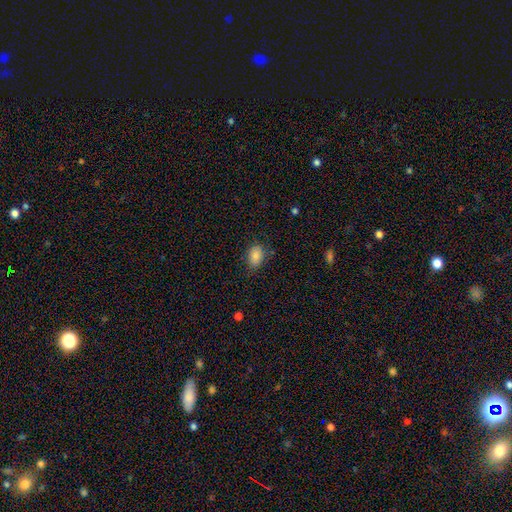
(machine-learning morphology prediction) Smooth or featured? smooth (85%)
How rounded? in between (81%)
Merging? none (77%)